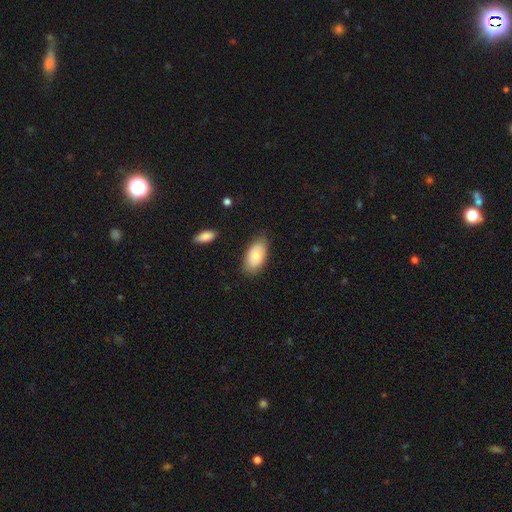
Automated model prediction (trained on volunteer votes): smooth_or_featured: smooth (p=0.77) [alt: featured or disk p=0.17]
how_rounded: in between (p=0.94) [alt: round p=0.04]
merging: none (p=0.78) [alt: minor disturbance p=0.17]